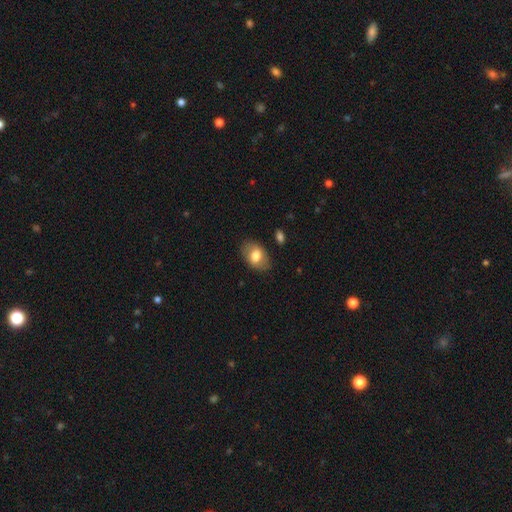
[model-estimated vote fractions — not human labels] smooth_or_featured: smooth (p=0.75) [alt: featured or disk p=0.18]
how_rounded: in between (p=0.85) [alt: round p=0.14]
merging: none (p=0.81) [alt: minor disturbance p=0.14]